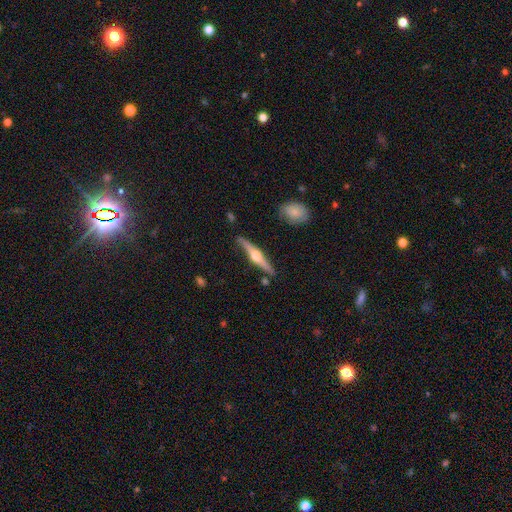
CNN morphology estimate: smooth-or-featured: featured or disk: 75% | smooth: 20% | star or artifact: 5%
  disk-edge-on: yes: 97% | no: 3%
    edge-on-bulge: rounded: 94% | boxy: 4% | none: 2%
  merging: none: 85% | minor disturbance: 9% | merger: 3% | major disturbance: 2%